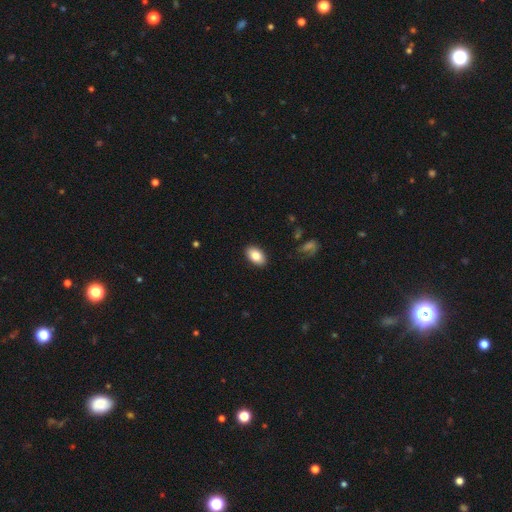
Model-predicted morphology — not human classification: This appears to be a smooth galaxy with no disk features (82%) that is in between round and cigar-shaped (92%). Merging: none (89%).